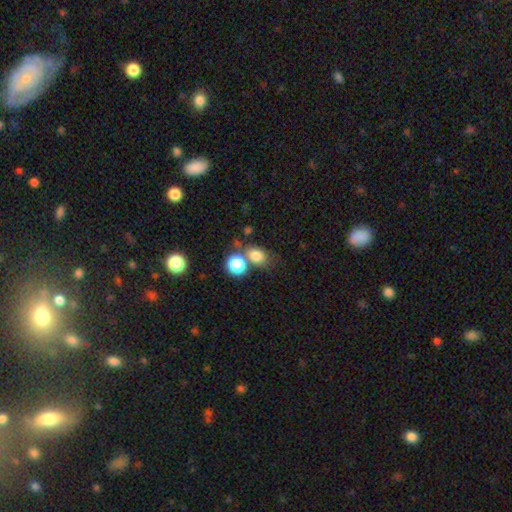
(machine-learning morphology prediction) The model was most divided on "how rounded": in between: 55%, round: 44%, cigar-shaped: 1%. More confident: smooth or featured — smooth (77%); merging — none (55%).